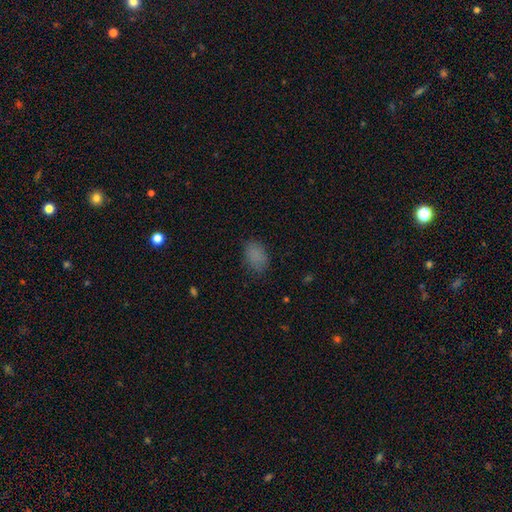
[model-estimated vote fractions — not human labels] The model was most divided on "merging": none: 78%, minor disturbance: 16%, major disturbance: 5%, merger: 1%. More confident: smooth or featured — smooth (84%); how rounded — in between (84%).